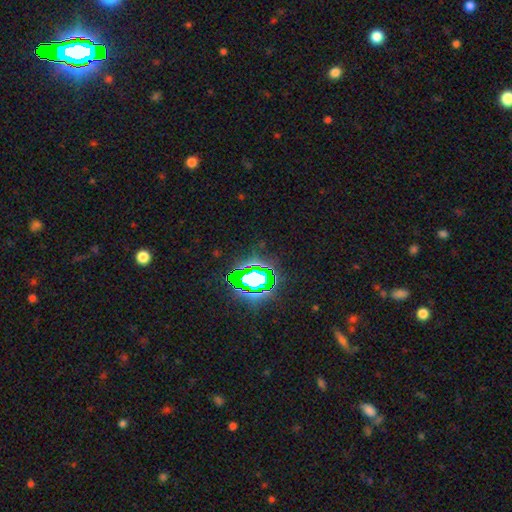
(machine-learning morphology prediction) smooth_or_featured: star or artifact (p=0.78) [alt: smooth p=0.13]